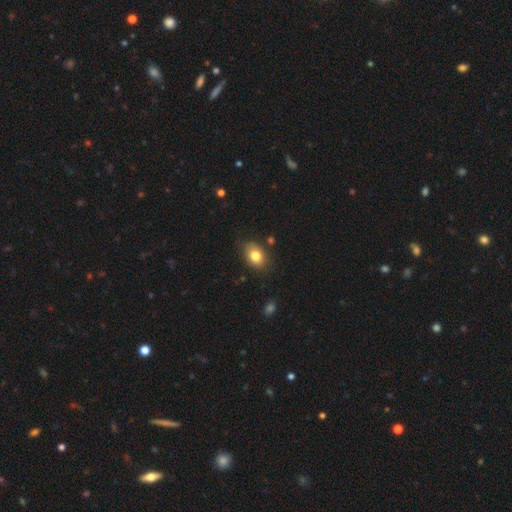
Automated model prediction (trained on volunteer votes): smooth 80%, featured or disk 11%, star or artifact 9%. Down the decision tree: how rounded — in between (74%); merging — none (79%).